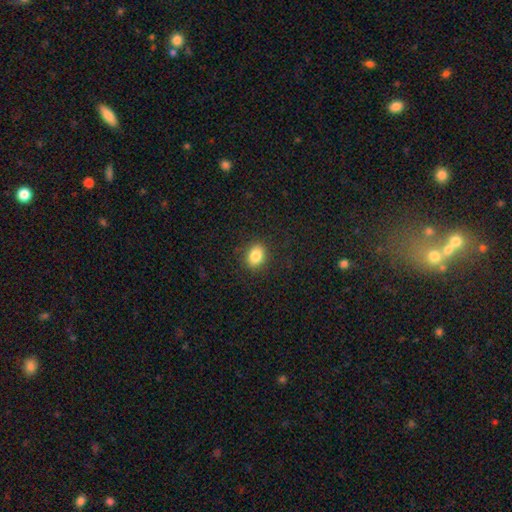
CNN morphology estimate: smooth-or-featured: smooth: 84% | star or artifact: 10% | featured or disk: 6%
  how-rounded: in between: 61% | round: 38% | cigar-shaped: 1%
  merging: none: 87% | minor disturbance: 9% | major disturbance: 3% | merger: 1%